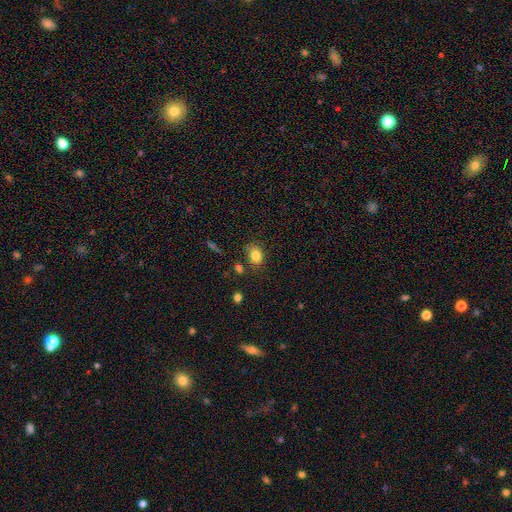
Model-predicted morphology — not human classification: smooth-or-featured: smooth: 83% | star or artifact: 10% | featured or disk: 7%
  how-rounded: in between: 64% | round: 34% | cigar-shaped: 1%
  merging: none: 75% | minor disturbance: 15% | merger: 6% | major disturbance: 4%